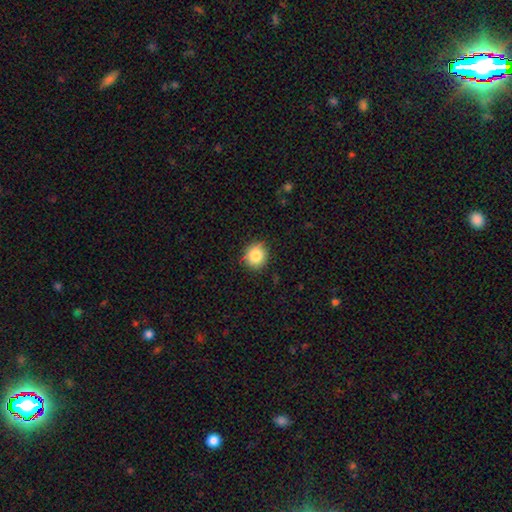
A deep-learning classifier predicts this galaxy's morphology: A smooth galaxy with no disk features (85%) that is round (87%). Merging: none (87%).